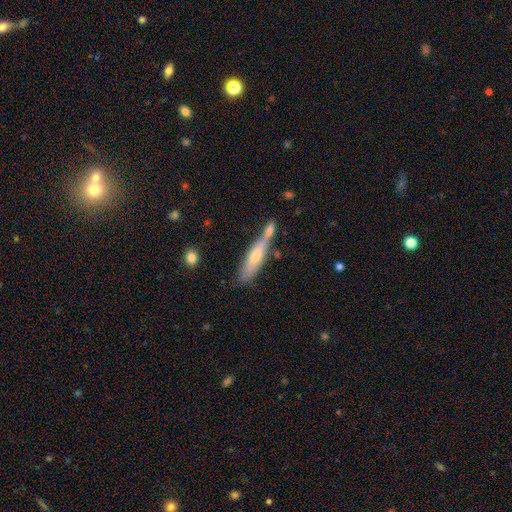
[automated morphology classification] This appears to be a smooth galaxy with no disk features (54%) that is cigar-shaped (75%). Merging: none (46%).